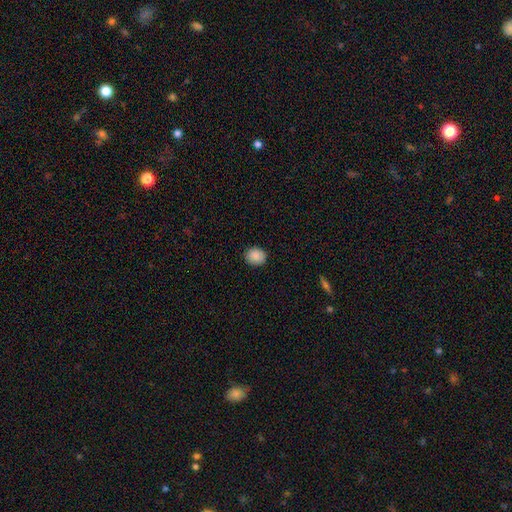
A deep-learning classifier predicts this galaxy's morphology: A smooth galaxy with no disk features (88%) that is round (66%). Merging: none (88%).